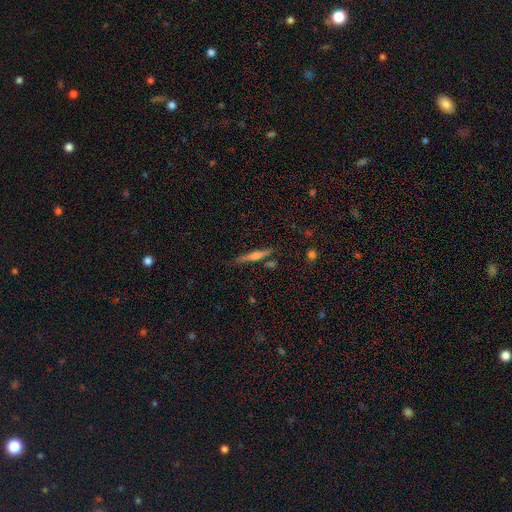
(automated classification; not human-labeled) A featured or disk galaxy (68%) viewed edge-on (97%) with a rounded central bulge (88%).

Vote fractions:
- Smooth or featured? featured or disk: 68% / smooth: 25% / star or artifact: 7%
- Edge-on disk? yes: 97% / no: 3%
- Edge-on bulge? rounded: 88% / none: 7% / boxy: 6%
- Merging? none: 83% / minor disturbance: 11% / merger: 4% / major disturbance: 2%